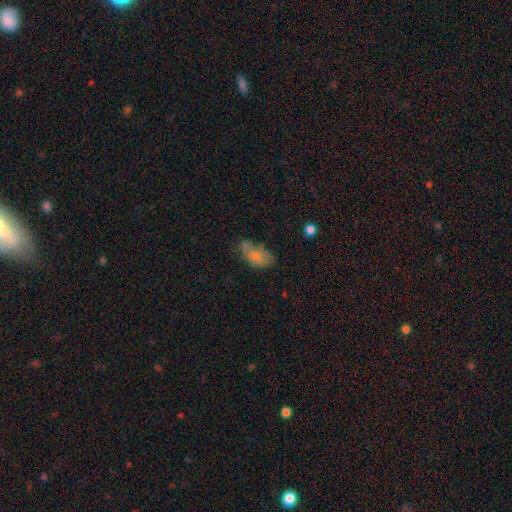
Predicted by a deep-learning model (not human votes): Smooth or featured? Predicted: smooth (p=0.67). How rounded? Predicted: in between (p=0.90). Merging? Predicted: none (p=0.36).